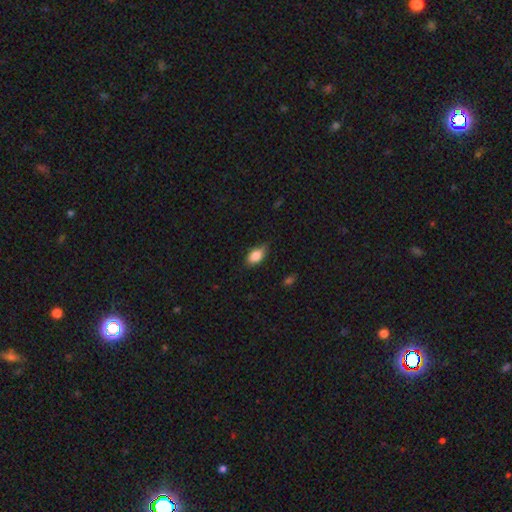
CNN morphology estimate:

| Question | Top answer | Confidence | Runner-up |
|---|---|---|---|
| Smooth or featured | smooth | 81% | featured or disk (11%) |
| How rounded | in between | 87% | round (8%) |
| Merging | none | 69% | minor disturbance (25%) |